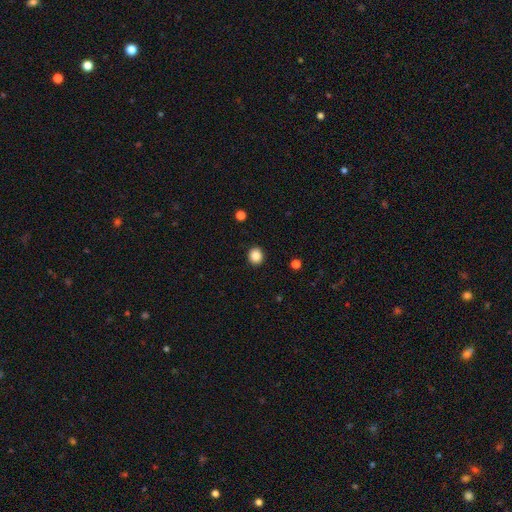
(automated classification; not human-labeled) smooth-or-featured: smooth: 86% | star or artifact: 10% | featured or disk: 4%
  how-rounded: round: 81% | in between: 18% | cigar-shaped: 1%
  merging: none: 92% | minor disturbance: 5% | major disturbance: 2% | merger: 1%